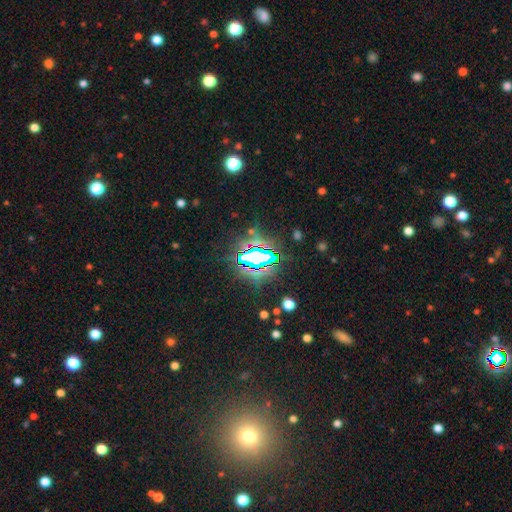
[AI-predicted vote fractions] star or artifact 75%, smooth 14%, featured or disk 11%.